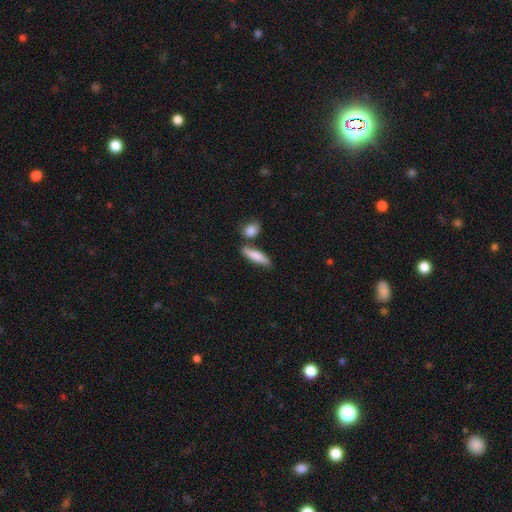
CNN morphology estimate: smooth 81%, featured or disk 13%, star or artifact 6%. Down the decision tree: how rounded — cigar-shaped (59%); merging — none (68%).